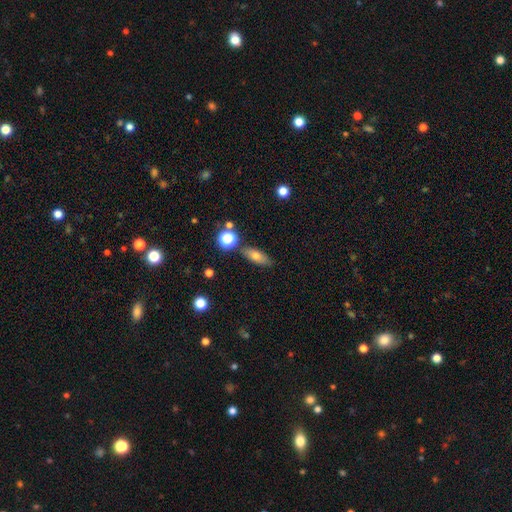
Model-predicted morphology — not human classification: A smooth galaxy with no disk features (70%) that is in between round and cigar-shaped (65%).

Vote fractions:
- Smooth or featured? smooth: 70% / featured or disk: 19% / star or artifact: 11%
- How rounded? in between: 65% / cigar-shaped: 28% / round: 7%
- Merging? none: 79% / minor disturbance: 12% / merger: 6% / major disturbance: 3%